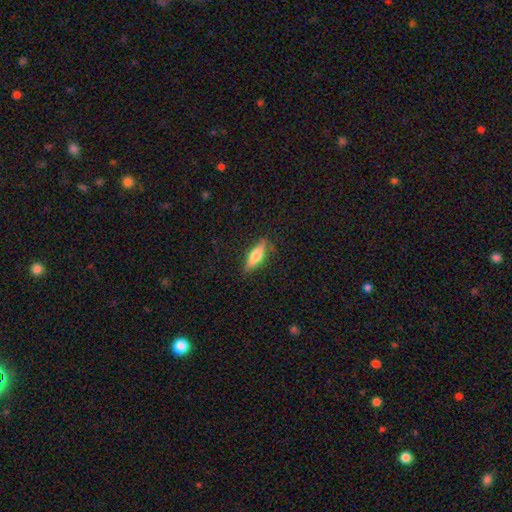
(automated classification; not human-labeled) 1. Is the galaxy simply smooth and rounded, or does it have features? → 65% smooth, 29% featured or disk, 6% star or artifact.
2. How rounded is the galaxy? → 55% cigar-shaped, 43% in between, 2% round.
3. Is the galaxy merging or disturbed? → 82% none, 14% minor disturbance, 3% major disturbance, 1% merger.